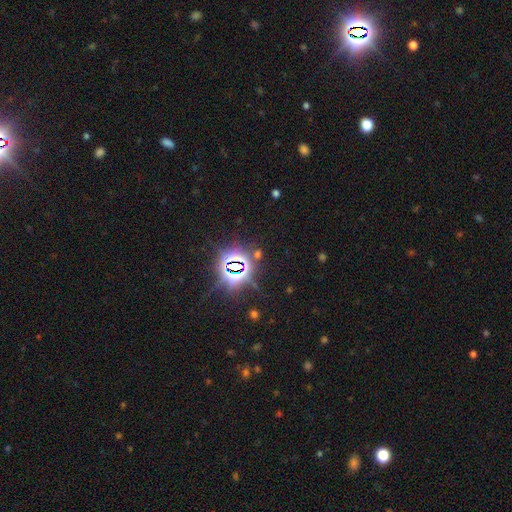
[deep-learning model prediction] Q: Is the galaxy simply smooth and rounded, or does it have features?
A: star or artifact — 83%.